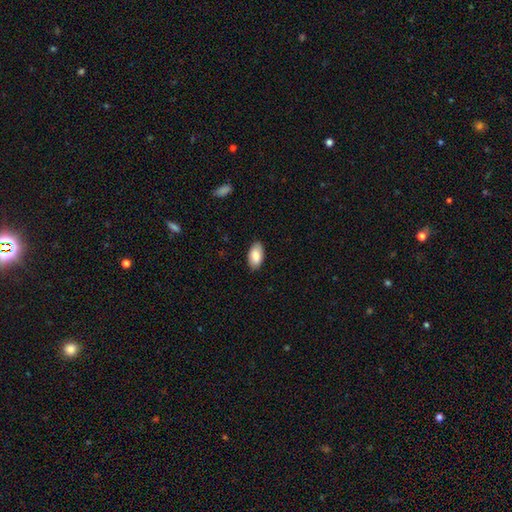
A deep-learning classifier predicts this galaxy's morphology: Smooth or featured? Predicted: smooth (p=0.86). How rounded? Predicted: in between (p=0.95). Merging? Predicted: none (p=0.87).